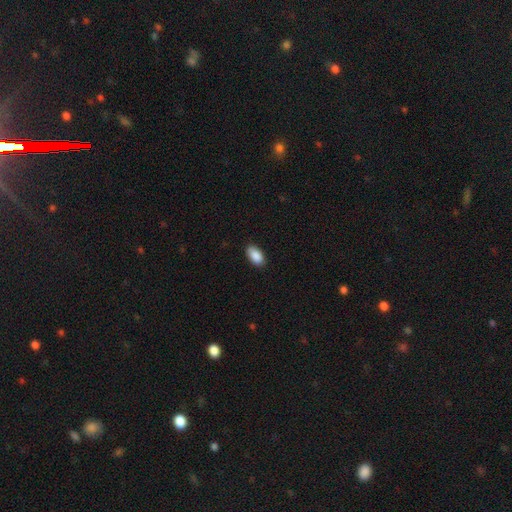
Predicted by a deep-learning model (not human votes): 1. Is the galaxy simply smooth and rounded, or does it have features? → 90% smooth, 7% star or artifact, 4% featured or disk.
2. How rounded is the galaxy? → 94% in between, 3% round, 2% cigar-shaped.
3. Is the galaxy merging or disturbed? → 86% none, 11% minor disturbance, 2% major disturbance, 1% merger.